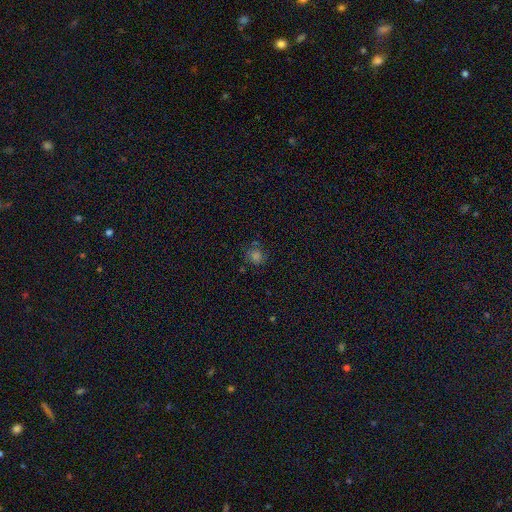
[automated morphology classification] Smooth or featured?
  - smooth: 64% *
  - star or artifact: 28%
  - featured or disk: 8%
How rounded?
  - round: 85% *
  - in between: 14%
  - cigar-shaped: 1%
Merging?
  - none: 77% *
  - minor disturbance: 14%
  - major disturbance: 5%
  - merger: 4%